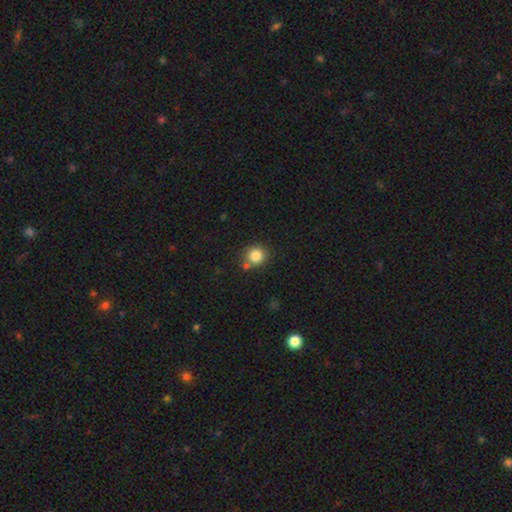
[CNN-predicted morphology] smooth-or-featured: smooth: 84% | star or artifact: 11% | featured or disk: 6%
  how-rounded: round: 91% | in between: 8% | cigar-shaped: 1%
  merging: none: 73% | merger: 14% | minor disturbance: 10% | major disturbance: 3%